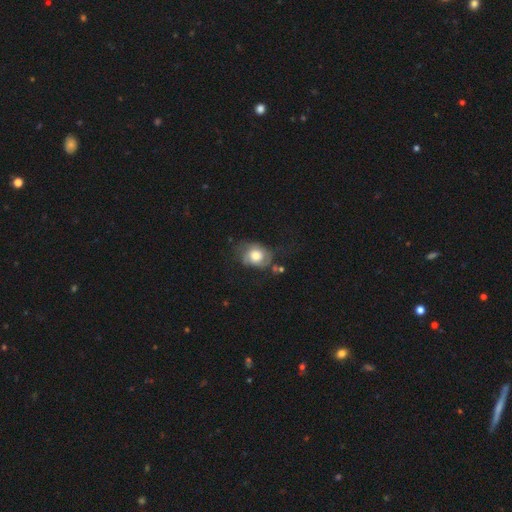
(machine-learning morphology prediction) Smooth or featured: smooth — 49% (featured or disk — 43%)
Merging: none — 45% (minor disturbance — 29%)